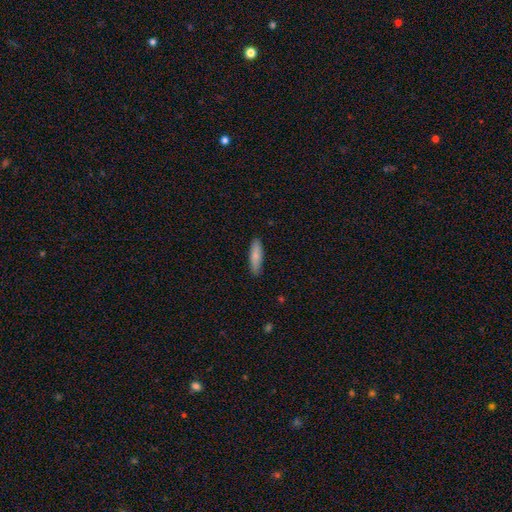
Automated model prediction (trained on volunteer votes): smooth-or-featured: smooth: 81% | featured or disk: 13% | star or artifact: 6%
  how-rounded: cigar-shaped: 65% | in between: 33% | round: 2%
  merging: none: 86% | minor disturbance: 11% | major disturbance: 2% | merger: 1%